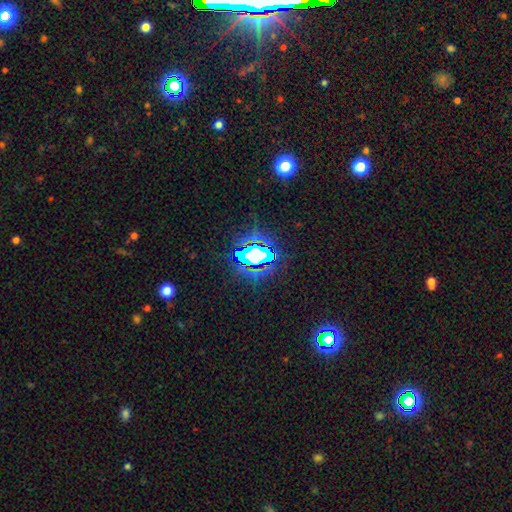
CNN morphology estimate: star or artifact 68%, smooth 18%, featured or disk 14%.